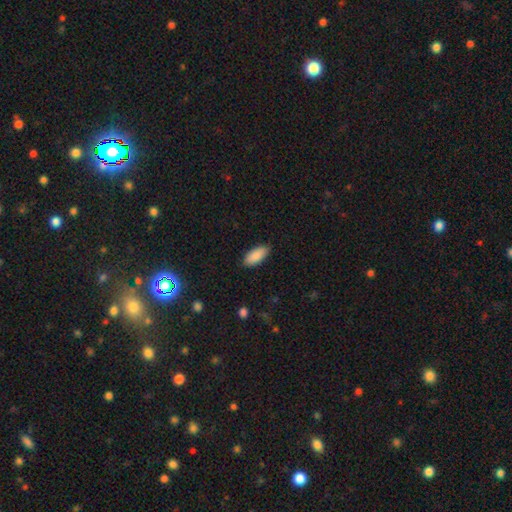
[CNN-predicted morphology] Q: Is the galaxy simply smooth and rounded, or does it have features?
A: smooth — 89%.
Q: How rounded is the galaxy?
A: in between — 89%.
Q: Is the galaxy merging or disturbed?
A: none — 87%.